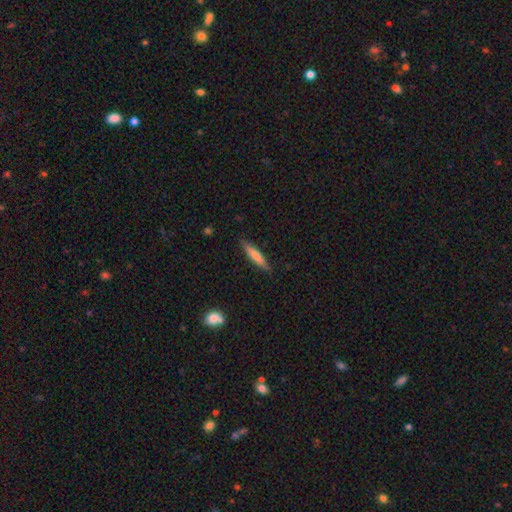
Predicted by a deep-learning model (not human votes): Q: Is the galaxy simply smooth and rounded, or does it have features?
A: smooth — 69%.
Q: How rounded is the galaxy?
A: cigar-shaped — 88%.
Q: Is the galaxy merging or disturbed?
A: none — 87%.